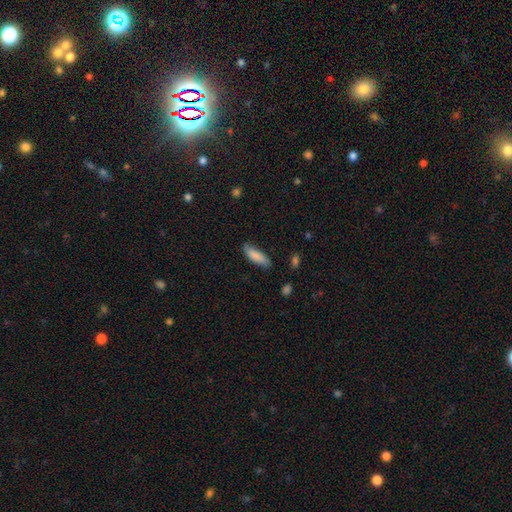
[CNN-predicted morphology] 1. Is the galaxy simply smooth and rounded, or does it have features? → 85% smooth, 9% featured or disk, 6% star or artifact.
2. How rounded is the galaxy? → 52% in between, 46% cigar-shaped, 2% round.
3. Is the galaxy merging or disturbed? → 75% none, 20% minor disturbance, 4% major disturbance, 2% merger.